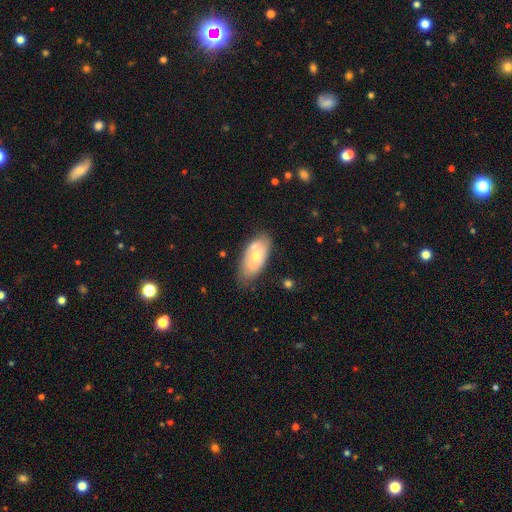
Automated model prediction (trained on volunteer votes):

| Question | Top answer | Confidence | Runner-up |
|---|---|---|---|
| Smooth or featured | smooth | 53% | featured or disk (41%) |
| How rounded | in between | 92% | cigar-shaped (5%) |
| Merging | none | 58% | minor disturbance (28%) |